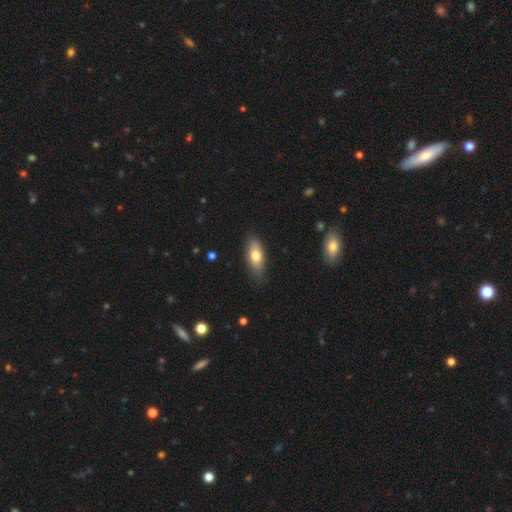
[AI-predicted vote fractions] A smooth galaxy with no disk features (72%) that is in between round and cigar-shaped (80%). Merging: none (80%).